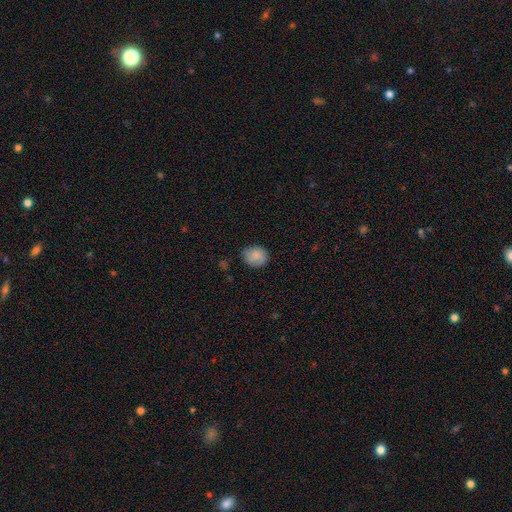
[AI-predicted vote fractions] Smooth or featured: smooth — 86% (star or artifact — 7%)
How rounded: round — 58% (in between — 41%)
Merging: none — 76% (minor disturbance — 19%)